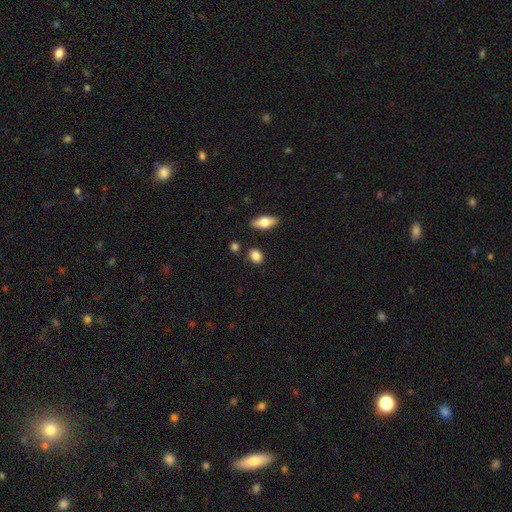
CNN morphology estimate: The model was most divided on "how rounded": in between: 52%, round: 44%, cigar-shaped: 4%. More confident: smooth or featured — smooth (85%); merging — none (82%).